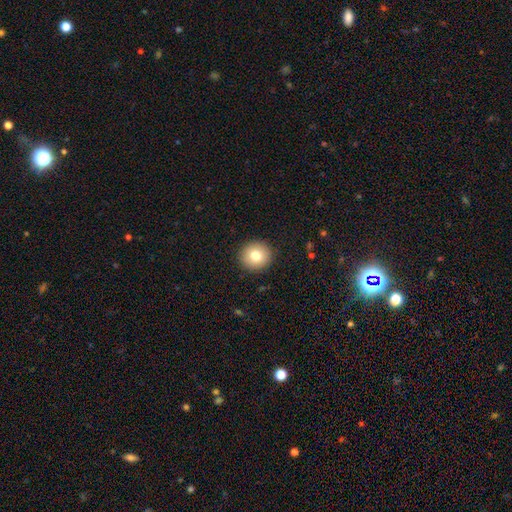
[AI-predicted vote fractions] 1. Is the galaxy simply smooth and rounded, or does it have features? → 78% smooth, 12% featured or disk, 10% star or artifact.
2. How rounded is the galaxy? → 92% round, 7% in between, 1% cigar-shaped.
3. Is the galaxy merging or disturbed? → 92% none, 5% minor disturbance, 2% major disturbance, 1% merger.